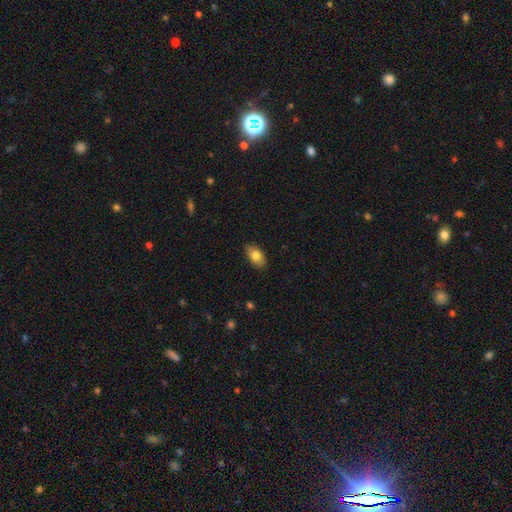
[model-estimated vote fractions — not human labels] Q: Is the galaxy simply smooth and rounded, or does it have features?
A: smooth — 79%.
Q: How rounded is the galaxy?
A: in between — 91%.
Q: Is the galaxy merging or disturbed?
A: none — 87%.